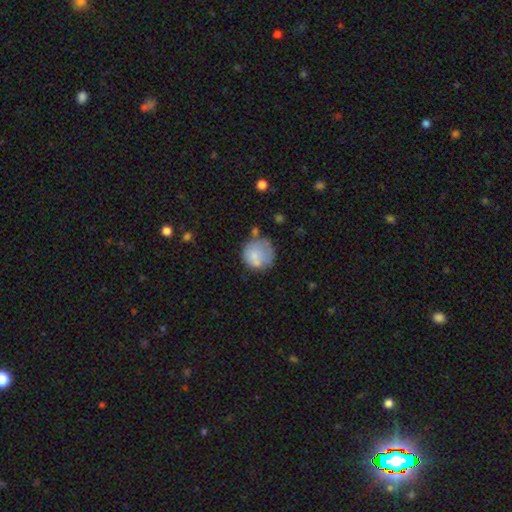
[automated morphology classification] A smooth galaxy with no disk features (74%) that is round (89%).

Vote fractions:
- Smooth or featured? smooth: 74% / featured or disk: 18% / star or artifact: 8%
- How rounded? round: 89% / in between: 10% / cigar-shaped: 1%
- Merging? none: 56% / minor disturbance: 23% / major disturbance: 11% / merger: 10%